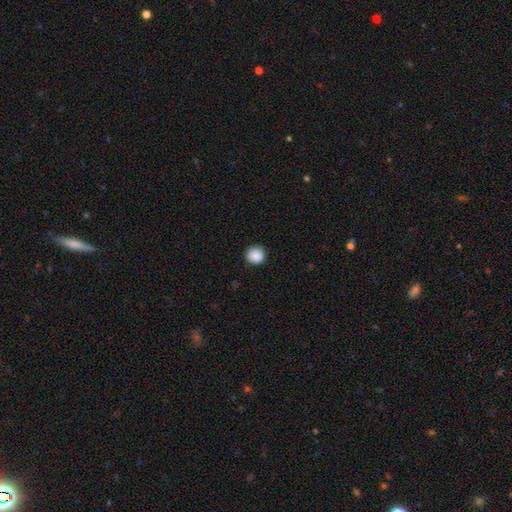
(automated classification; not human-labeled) Smooth or featured? smooth (89%)
How rounded? round (94%)
Merging? none (91%)